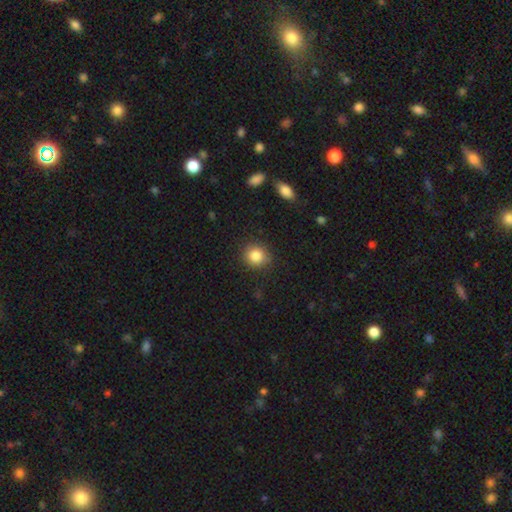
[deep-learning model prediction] This appears to be a smooth galaxy with no disk features (84%) that is round (87%). Merging: none (87%).